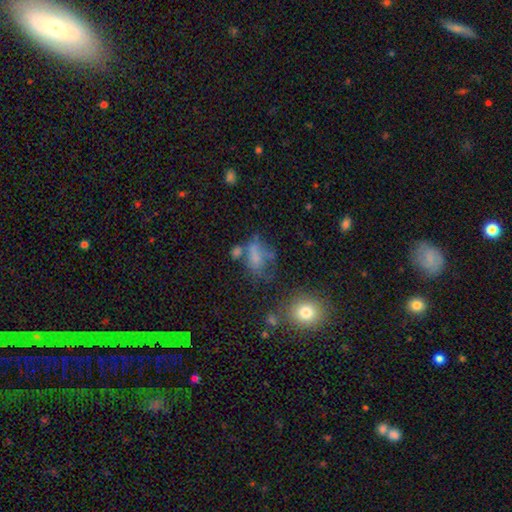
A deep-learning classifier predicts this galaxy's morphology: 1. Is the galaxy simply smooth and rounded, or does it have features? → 60% smooth, 22% featured or disk, 18% star or artifact.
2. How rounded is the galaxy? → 72% in between, 22% round, 6% cigar-shaped.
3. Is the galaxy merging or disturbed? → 36% none, 25% major disturbance, 21% minor disturbance, 18% merger.